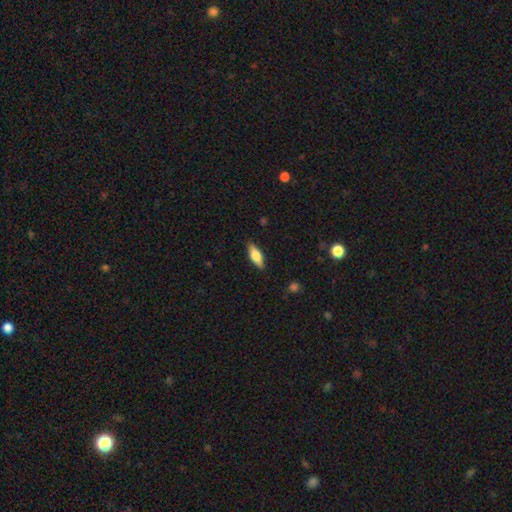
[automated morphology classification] smooth_or_featured: smooth (p=0.62) [alt: featured or disk p=0.31]
how_rounded: in between (p=0.61) [alt: cigar-shaped p=0.36]
merging: none (p=0.87) [alt: minor disturbance p=0.10]